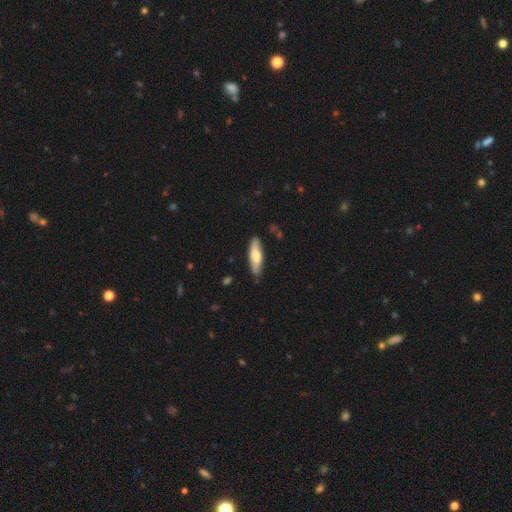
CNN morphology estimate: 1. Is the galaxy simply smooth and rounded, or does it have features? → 61% smooth, 33% featured or disk, 5% star or artifact.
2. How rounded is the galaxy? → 58% cigar-shaped, 40% in between, 2% round.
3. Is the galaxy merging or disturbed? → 85% none, 12% minor disturbance, 2% major disturbance, 1% merger.